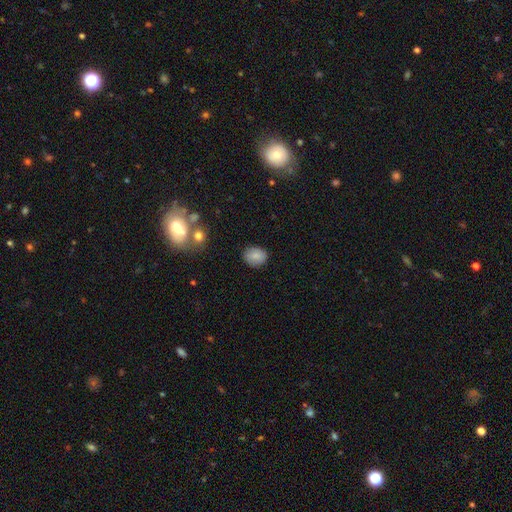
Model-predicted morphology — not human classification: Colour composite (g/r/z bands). It shows a smooth galaxy with no disk features (84%) that is in between round and cigar-shaped (51%). Merging: none (86%).